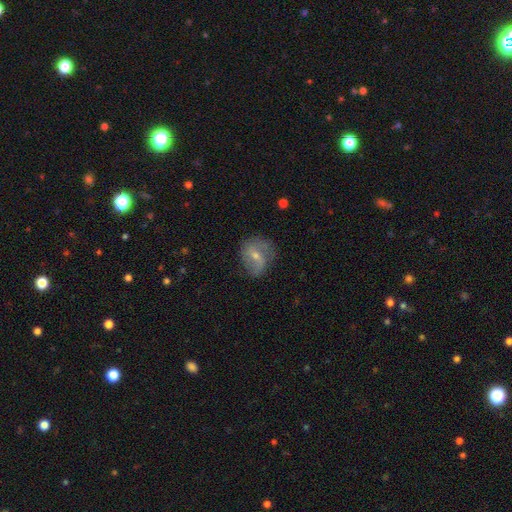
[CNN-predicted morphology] The model was most divided on "bar": weak: 48%, no: 35%, strong: 17%. More confident: edge-on disk — no (96%); spiral arms — yes (80%); merging — none (64%); smooth or featured — featured or disk (62%); bulge size — small (54%).